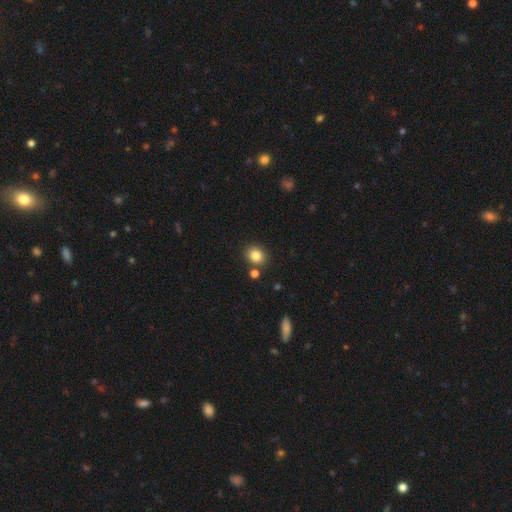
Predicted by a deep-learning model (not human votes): smooth-or-featured: smooth: 83% | star or artifact: 11% | featured or disk: 6%
  how-rounded: round: 74% | in between: 25% | cigar-shaped: 1%
  merging: none: 79% | merger: 9% | minor disturbance: 9% | major disturbance: 3%